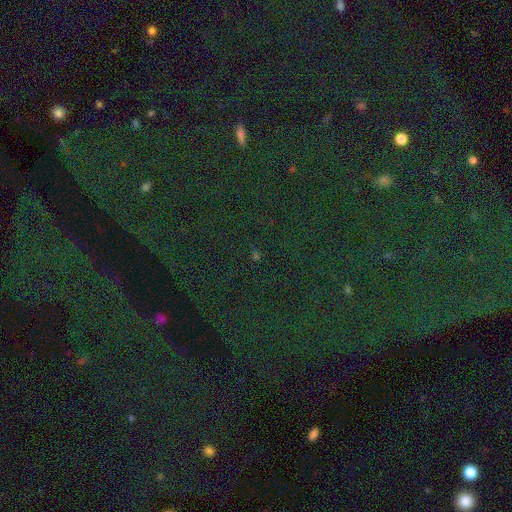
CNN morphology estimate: Overall: star or artifact (78%).